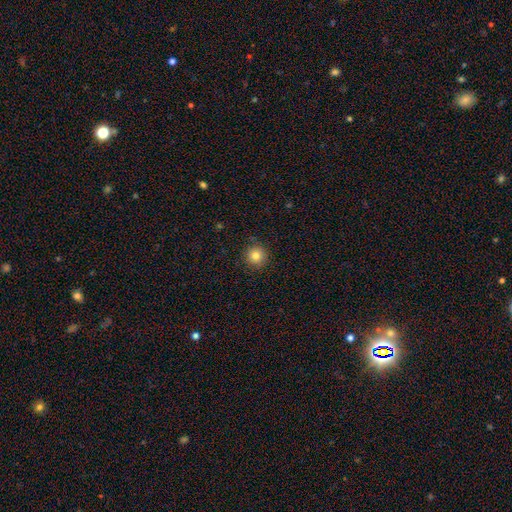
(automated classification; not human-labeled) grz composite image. It shows a smooth galaxy with no disk features (82%) that is round (95%). Merging: none (90%).